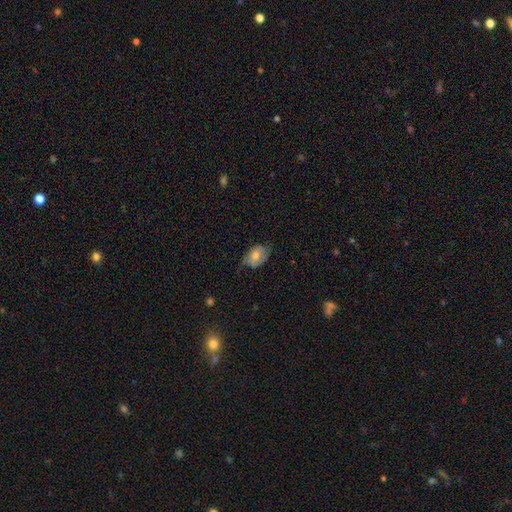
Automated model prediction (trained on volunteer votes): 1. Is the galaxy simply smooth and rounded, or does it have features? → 53% smooth, 40% featured or disk, 7% star or artifact.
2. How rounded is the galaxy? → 82% in between, 17% round, 1% cigar-shaped.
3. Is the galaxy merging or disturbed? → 50% none, 34% minor disturbance, 14% major disturbance, 2% merger.